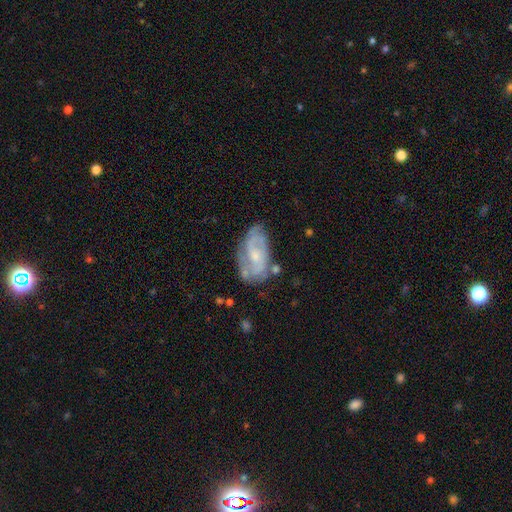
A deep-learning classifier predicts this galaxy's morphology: Smooth or featured?
  - featured or disk: 71% *
  - smooth: 22%
  - star or artifact: 7%
Edge-on disk?
  - no: 95% *
  - yes: 5%
Bar?
  - no: 55% *
  - weak: 38%
  - strong: 7%
Spiral arms?
  - yes: 84% *
  - no: 16%
Spiral winding?
  - medium: 43% *
  - tight: 38%
  - loose: 19%
Spiral arm count?
  - 2: 48% *
  - can't tell: 30%
  - 3: 12%
  - 1: 5%
  - 4: 3%
  - more than 4: 2%
Bulge size?
  - small: 50% *
  - moderate: 37%
  - none: 9%
  - large: 3%
  - dominant: 1%
Merging?
  - none: 61% *
  - minor disturbance: 24%
  - major disturbance: 10%
  - merger: 5%